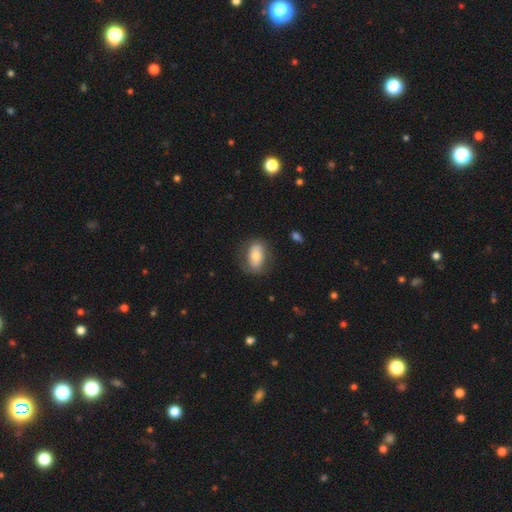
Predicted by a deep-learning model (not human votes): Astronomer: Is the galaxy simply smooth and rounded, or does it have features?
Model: smooth — 64%.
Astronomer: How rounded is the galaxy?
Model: in between — 86%.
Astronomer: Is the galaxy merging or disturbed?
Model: none — 70%.